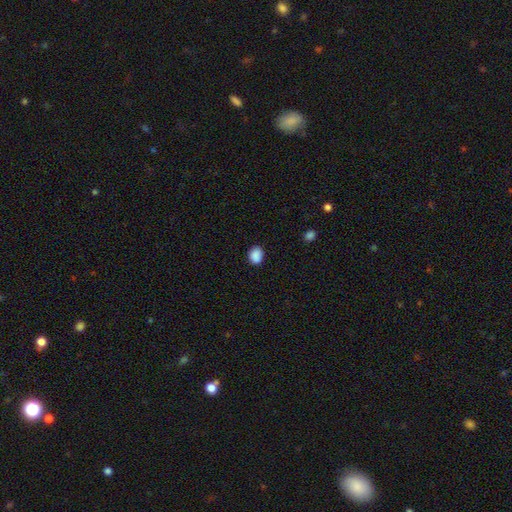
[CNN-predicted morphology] Q: Smooth or featured?
A: smooth (88%); runner-up: star or artifact (9%)
Q: How rounded?
A: in between (52%); runner-up: round (47%)
Q: Merging?
A: none (82%); runner-up: minor disturbance (14%)